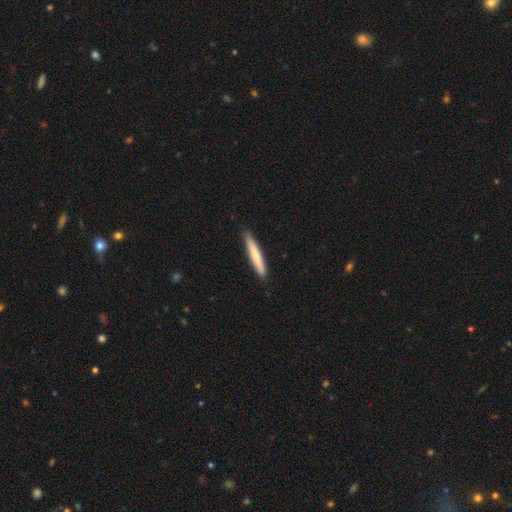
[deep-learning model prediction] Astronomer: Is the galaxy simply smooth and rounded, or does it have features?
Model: smooth — 73%.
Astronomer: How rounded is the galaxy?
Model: cigar-shaped — 94%.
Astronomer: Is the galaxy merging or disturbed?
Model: none — 89%.